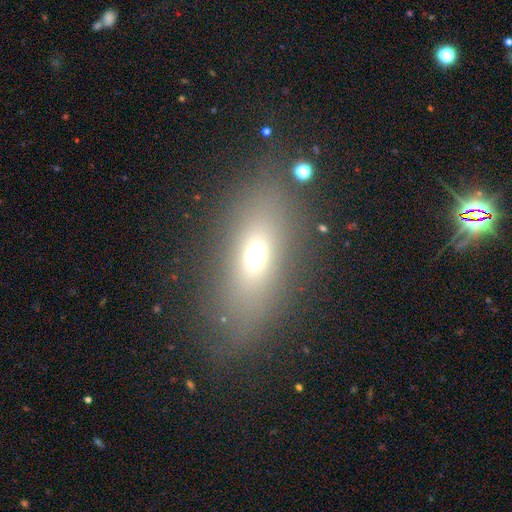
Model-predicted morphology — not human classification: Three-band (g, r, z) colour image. It shows a smooth galaxy with no disk features (60%) that is in between round and cigar-shaped (73%). Merging: none (76%).